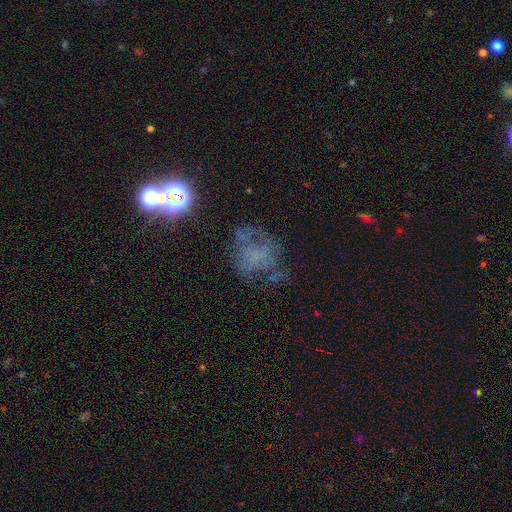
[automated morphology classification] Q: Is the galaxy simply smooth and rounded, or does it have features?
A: featured or disk — 45%.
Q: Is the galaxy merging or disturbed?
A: none — 49%.